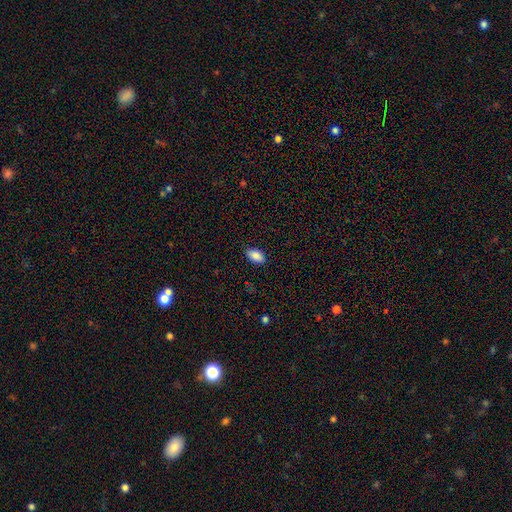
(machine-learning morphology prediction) smooth-or-featured: smooth: 88% | star or artifact: 7% | featured or disk: 5%
  how-rounded: in between: 93% | round: 4% | cigar-shaped: 3%
  merging: none: 87% | minor disturbance: 10% | major disturbance: 2% | merger: 1%